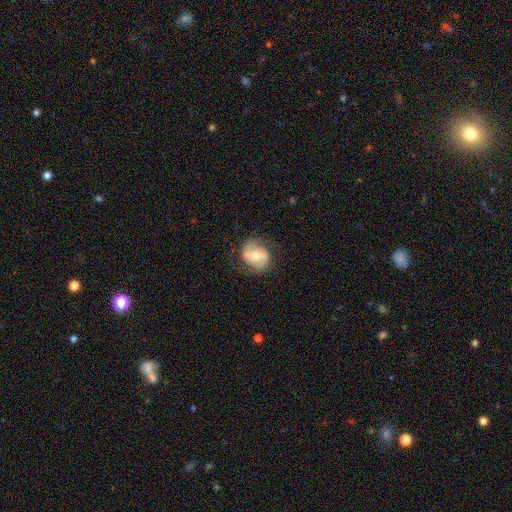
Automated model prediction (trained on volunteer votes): A featured or disk galaxy (62%) with a weak bar (44%), 2 (88%) medium (44%) spiral arms (85%) and a moderate central bulge (59%). Merging: none (76%).